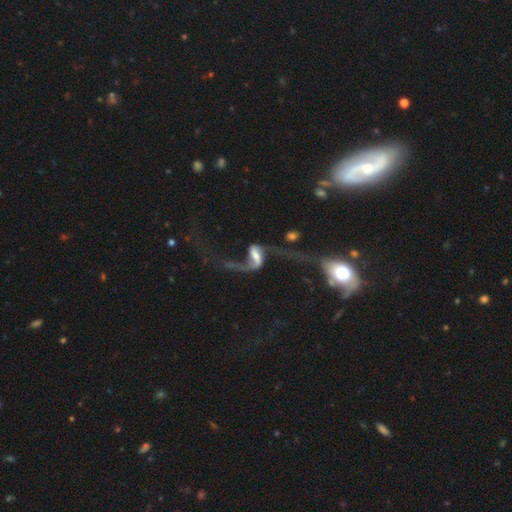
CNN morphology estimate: This is clearly a featured or disk galaxy (84%). It is clearly not viewed edge-on (95%). Bar: possibly strong (48%). Spiral arm pattern: clearly yes (91%). Spiral arm count: clearly 2 (88%). Spiral winding: clearly loose (90%). Central bulge: marginally moderate (38%). Merging: marginally major disturbance (38%).